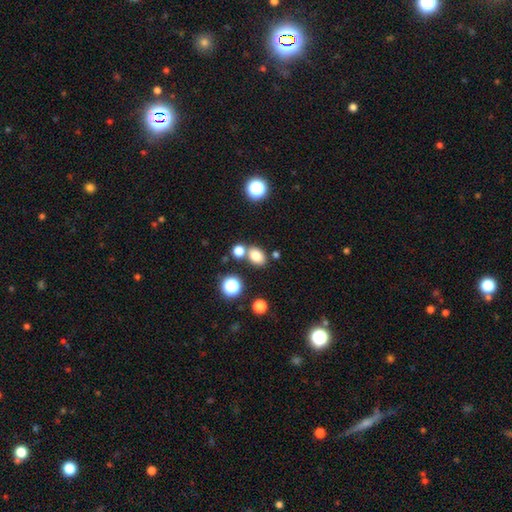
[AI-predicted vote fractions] Smooth or featured? Predicted: smooth (p=0.80). How rounded? Predicted: in between (p=0.69). Merging? Predicted: none (p=0.67).